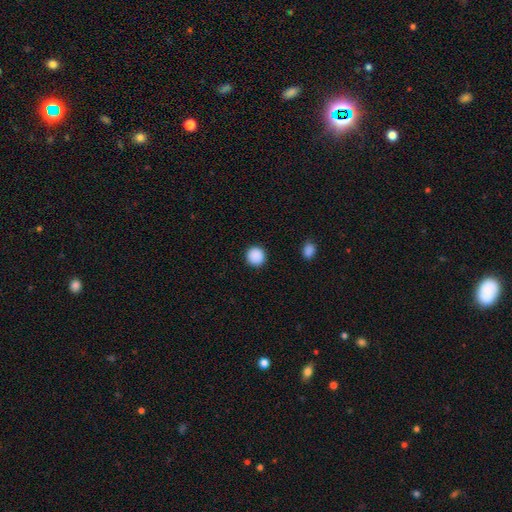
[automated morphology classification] Smooth or featured? Predicted: smooth (p=0.89). How rounded? Predicted: round (p=0.93). Merging? Predicted: none (p=0.92).